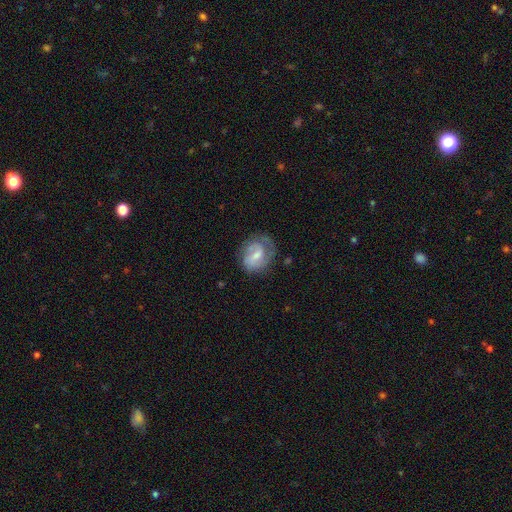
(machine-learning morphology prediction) Smooth or featured?
  - featured or disk: 64% *
  - smooth: 29%
  - star or artifact: 7%
Edge-on disk?
  - no: 97% *
  - yes: 3%
Bar?
  - weak: 51% *
  - no: 37%
  - strong: 12%
Spiral arms?
  - yes: 86% *
  - no: 14%
Spiral winding?
  - medium: 44% *
  - tight: 37%
  - loose: 19%
Spiral arm count?
  - 2: 55% *
  - can't tell: 20%
  - 1: 14%
  - 3: 7%
  - 4: 2%
  - more than 4: 2%
Bulge size?
  - small: 44% *
  - moderate: 41%
  - none: 9%
  - large: 5%
  - dominant: 1%
Merging?
  - none: 61% *
  - minor disturbance: 24%
  - major disturbance: 14%
  - merger: 2%